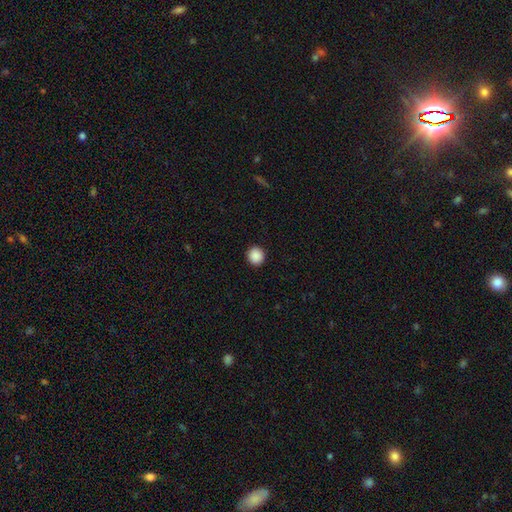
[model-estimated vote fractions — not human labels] A smooth galaxy with no disk features (89%) that is round (91%). Merging: none (93%).